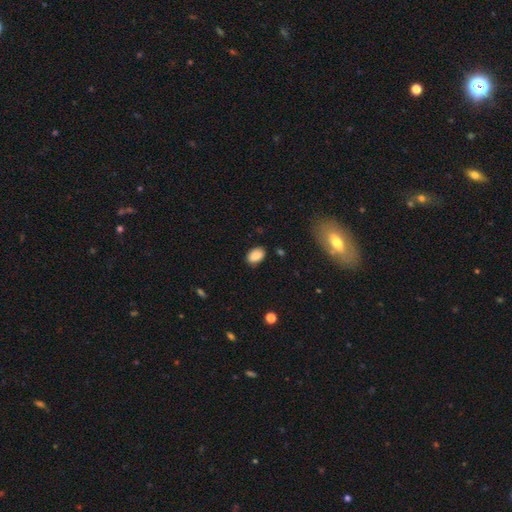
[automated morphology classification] smooth_or_featured: smooth (p=0.88) [alt: star or artifact p=0.08]
how_rounded: in between (p=0.87) [alt: round p=0.12]
merging: none (p=0.84) [alt: minor disturbance p=0.12]